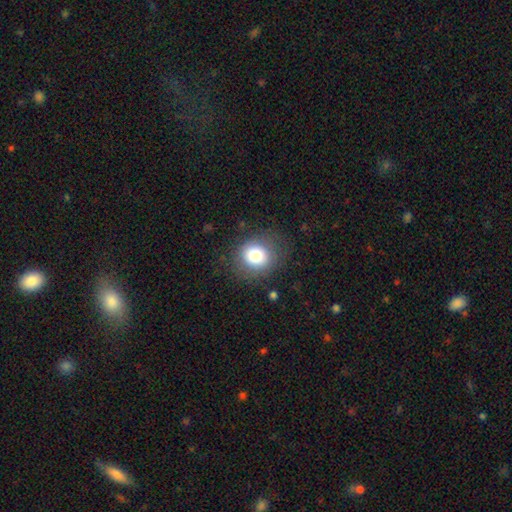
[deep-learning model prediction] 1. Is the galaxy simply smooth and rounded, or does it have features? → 78% smooth, 11% featured or disk, 11% star or artifact.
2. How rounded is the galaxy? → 79% round, 20% in between, 1% cigar-shaped.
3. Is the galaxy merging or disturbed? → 78% none, 13% minor disturbance, 7% major disturbance, 1% merger.